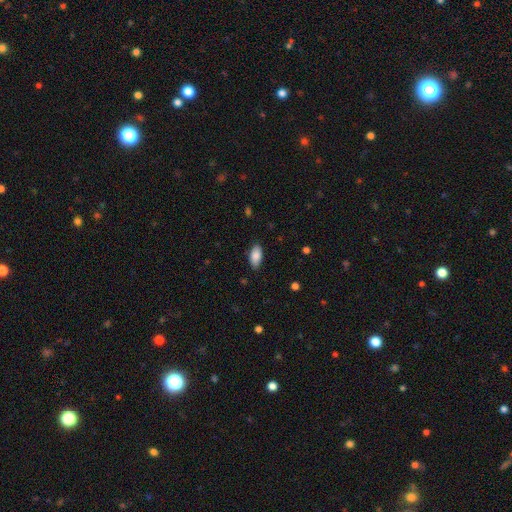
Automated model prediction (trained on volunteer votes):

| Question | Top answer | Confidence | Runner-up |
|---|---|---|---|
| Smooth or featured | smooth | 87% | featured or disk (7%) |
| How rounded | in between | 92% | cigar-shaped (6%) |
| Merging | none | 85% | minor disturbance (12%) |